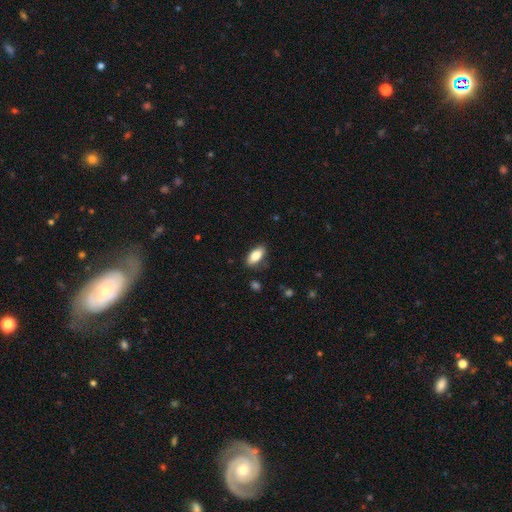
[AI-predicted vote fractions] The model was most divided on "smooth or featured": smooth: 83%, featured or disk: 11%, star or artifact: 7%. More confident: how rounded — in between (88%); merging — none (85%).